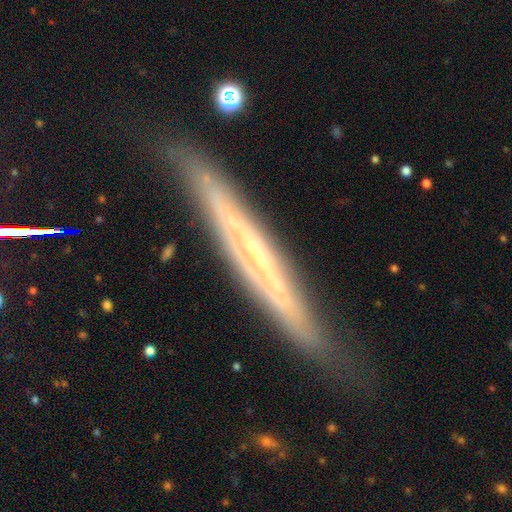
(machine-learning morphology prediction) Smooth or featured? featured or disk (70%)
Edge-on disk? yes (86%)
Edge-on bulge? none (71%)
Merging? none (79%)